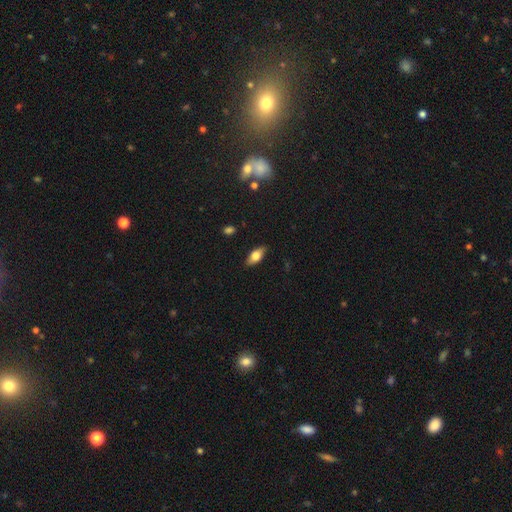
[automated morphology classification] This appears to be a smooth galaxy with no disk features (69%) that is in between round and cigar-shaped (85%). Merging: none (87%).